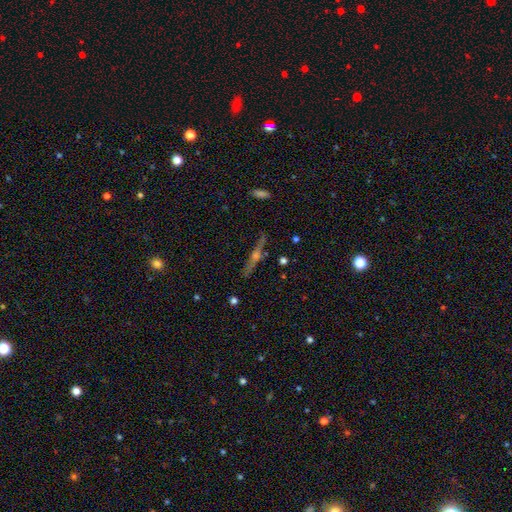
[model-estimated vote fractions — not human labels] Morphology: type=featured or disk (74%); edge-on=yes (96%); edge-on bulge=rounded (88%); merging=none (85%).